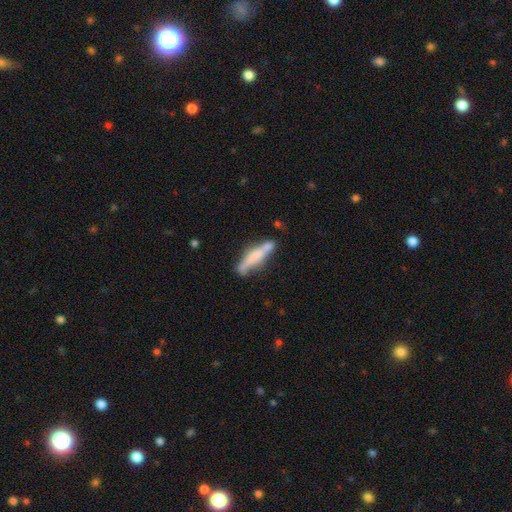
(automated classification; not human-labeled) Smooth or featured? Predicted: smooth (p=0.52). How rounded? Predicted: cigar-shaped (p=0.82). Merging? Predicted: none (p=0.54).